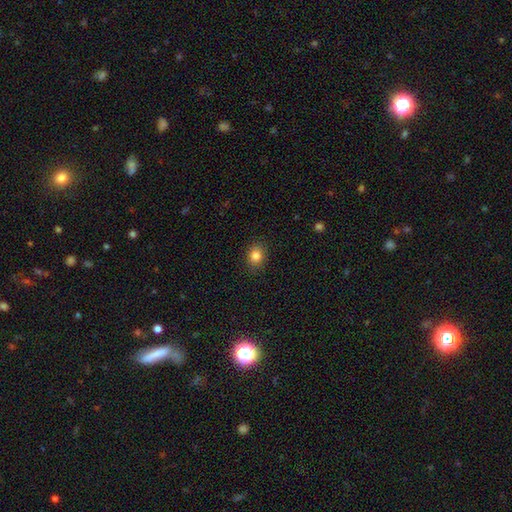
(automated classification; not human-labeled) smooth_or_featured: smooth (p=0.84) [alt: star or artifact p=0.11]
how_rounded: round (p=0.53) [alt: in between p=0.46]
merging: none (p=0.88) [alt: minor disturbance p=0.09]